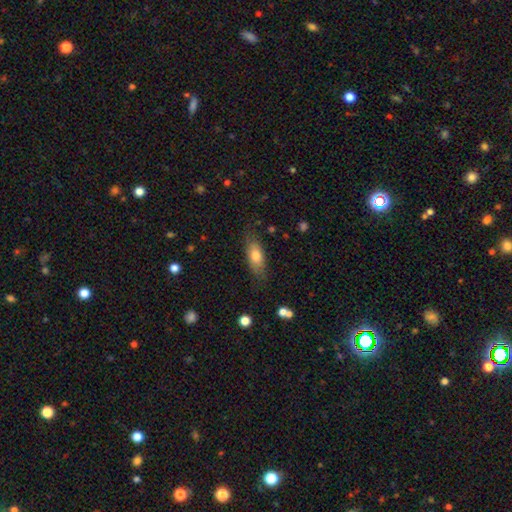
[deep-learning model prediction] This appears to be a smooth galaxy with no disk features (73%) that is in between round and cigar-shaped (74%). Merging: none (76%).